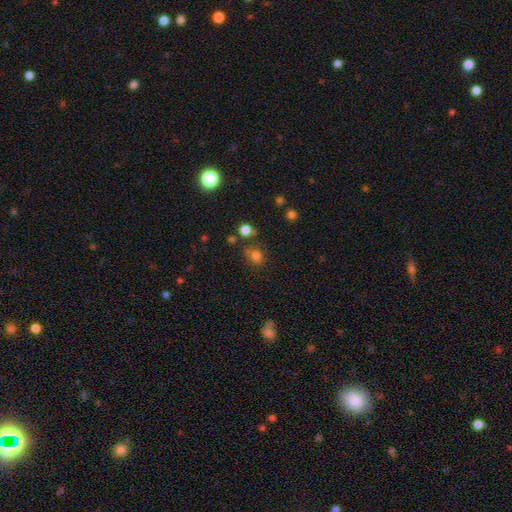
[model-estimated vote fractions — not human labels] Smooth or featured? smooth (76%)
How rounded? round (85%)
Merging? none (72%)